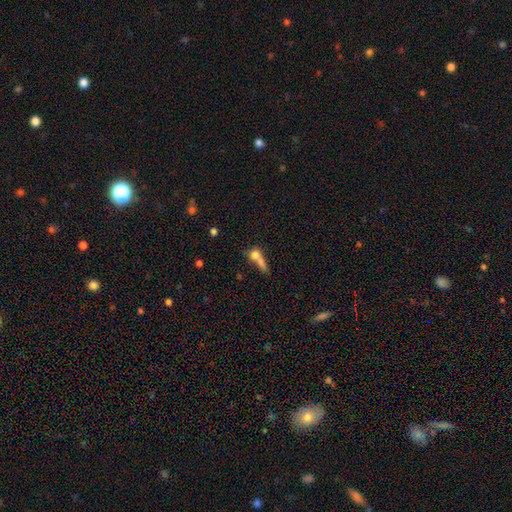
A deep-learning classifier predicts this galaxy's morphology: The model was most divided on "how rounded": round: 42%, in between: 31%, cigar-shaped: 27%. Remaining: smooth or featured — smooth (67%); merging — merger (43%).